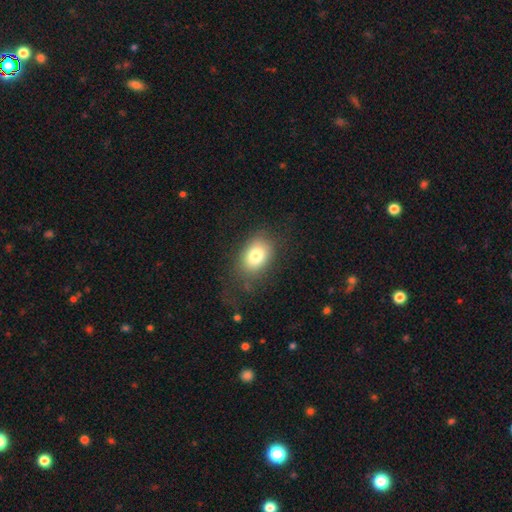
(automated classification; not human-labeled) This is likely a smooth galaxy (78%). How rounded: likely in between (77%). Merging: likely none (72%).